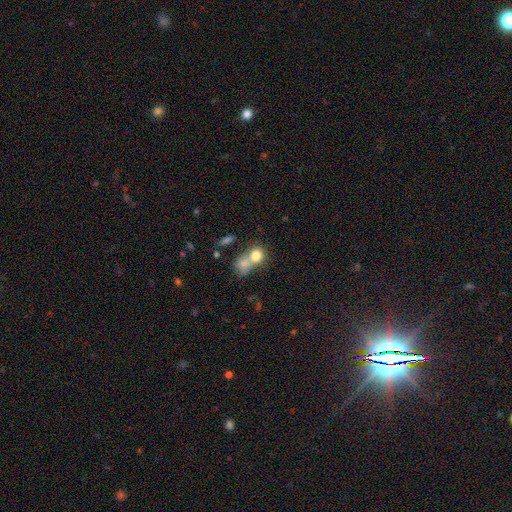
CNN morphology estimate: This appears to be a smooth galaxy with no disk features (78%) that is round (66%). Merging: merger (58%).